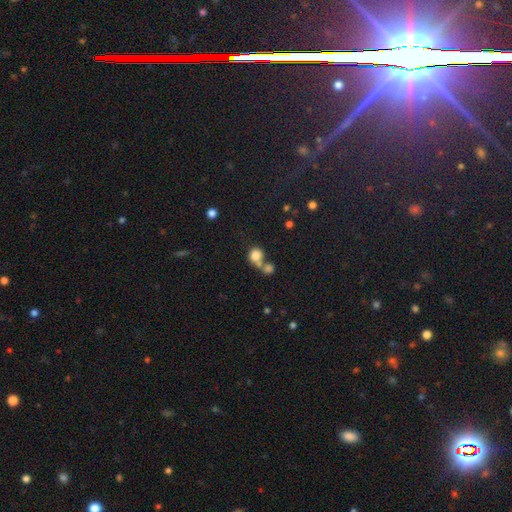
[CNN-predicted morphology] Smooth or featured?
  - smooth: 80% *
  - star or artifact: 11%
  - featured or disk: 9%
How rounded?
  - round: 81% *
  - in between: 18%
  - cigar-shaped: 1%
Merging?
  - merger: 49% *
  - none: 38%
  - minor disturbance: 9%
  - major disturbance: 5%